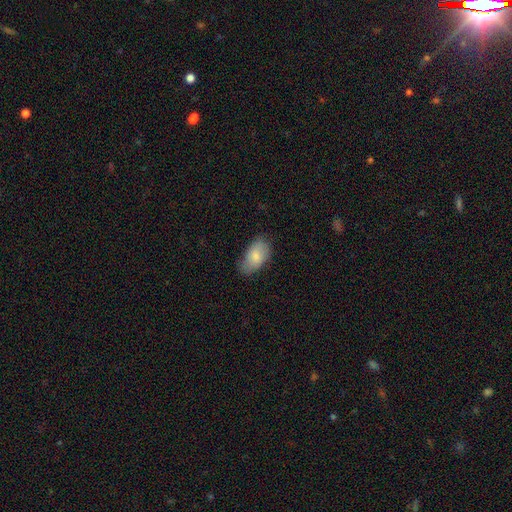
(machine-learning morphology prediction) A smooth galaxy with no disk features (81%) that is in between round and cigar-shaped (93%).

Vote fractions:
- Smooth or featured? smooth: 81% / featured or disk: 13% / star or artifact: 6%
- How rounded? in between: 93% / round: 5% / cigar-shaped: 2%
- Merging? none: 61% / minor disturbance: 30% / major disturbance: 7% / merger: 1%